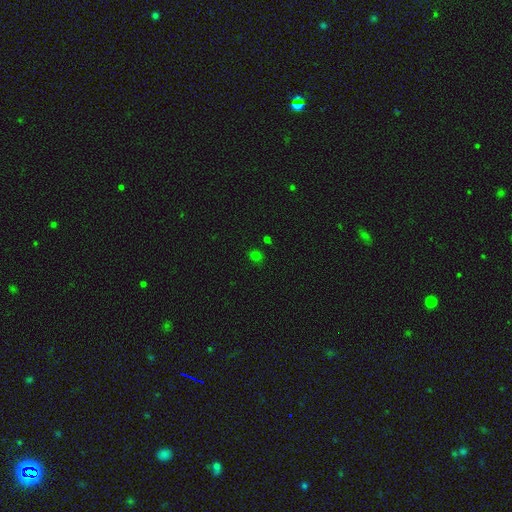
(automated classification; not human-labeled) A smooth galaxy with no disk features (71%) that is round (72%). Merging: none (84%).